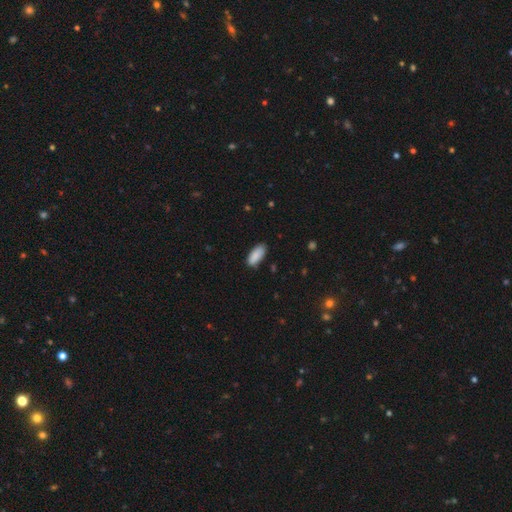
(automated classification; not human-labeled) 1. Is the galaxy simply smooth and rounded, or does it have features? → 90% smooth, 6% star or artifact, 4% featured or disk.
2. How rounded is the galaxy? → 85% in between, 13% cigar-shaped, 2% round.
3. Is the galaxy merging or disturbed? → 84% none, 12% minor disturbance, 2% major disturbance, 1% merger.